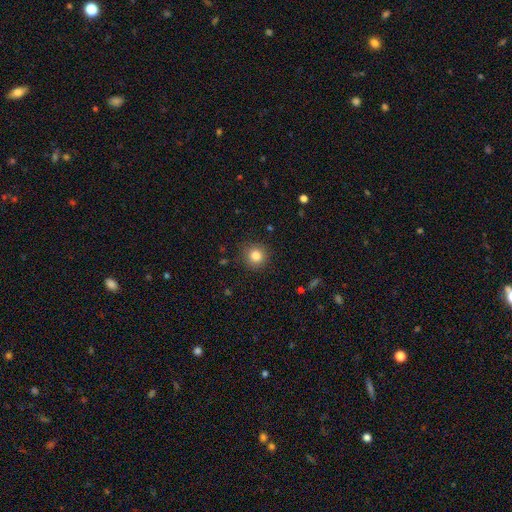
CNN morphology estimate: Smooth or featured: smooth — 83% (star or artifact — 11%)
How rounded: round — 93% (in between — 6%)
Merging: none — 89% (minor disturbance — 8%)